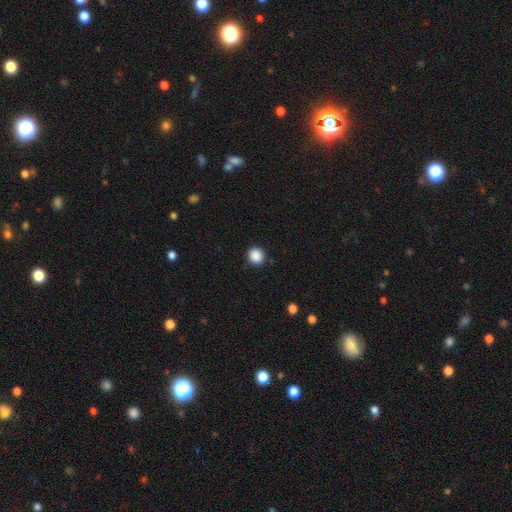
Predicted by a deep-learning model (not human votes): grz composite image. It shows a smooth galaxy with no disk features (88%) that is round (87%). Merging: none (90%).